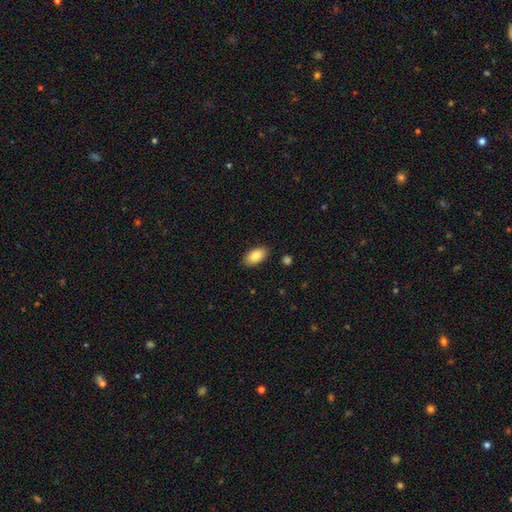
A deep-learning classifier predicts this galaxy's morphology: smooth 84%, featured or disk 9%, star or artifact 7%. Down the decision tree: how rounded — in between (94%); merging — none (88%).